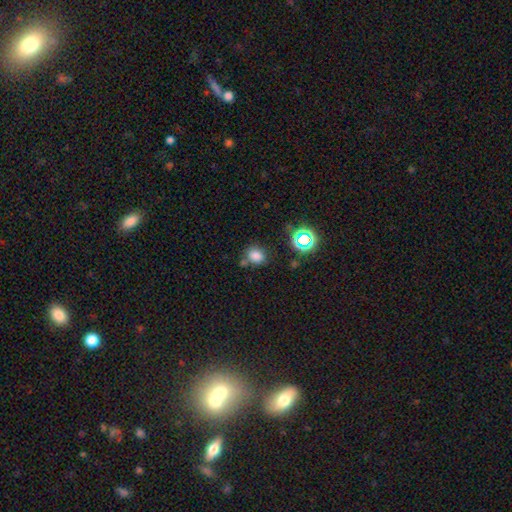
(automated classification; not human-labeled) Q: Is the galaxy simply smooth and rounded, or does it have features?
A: smooth — 77%.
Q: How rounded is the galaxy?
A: round — 56%.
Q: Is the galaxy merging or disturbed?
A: none — 67%.